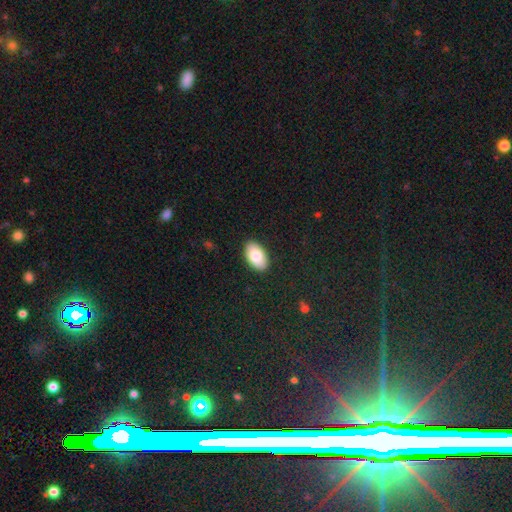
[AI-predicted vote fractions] Q: Smooth or featured?
A: smooth (83%); runner-up: featured or disk (10%)
Q: How rounded?
A: in between (95%); runner-up: round (3%)
Q: Merging?
A: none (89%); runner-up: minor disturbance (8%)